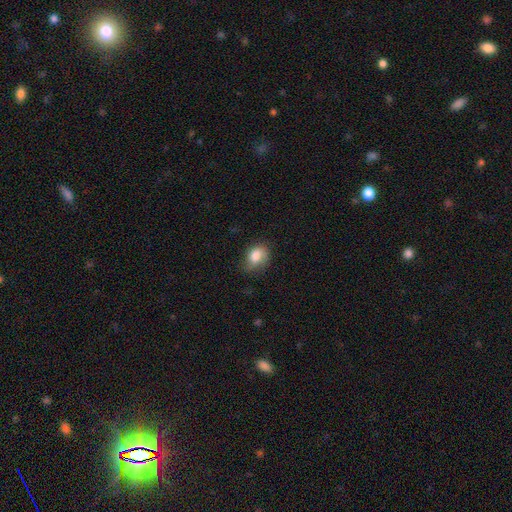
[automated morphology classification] Smooth or featured: smooth — 77% (featured or disk — 14%)
How rounded: in between — 69% (round — 30%)
Merging: none — 57% (minor disturbance — 31%)